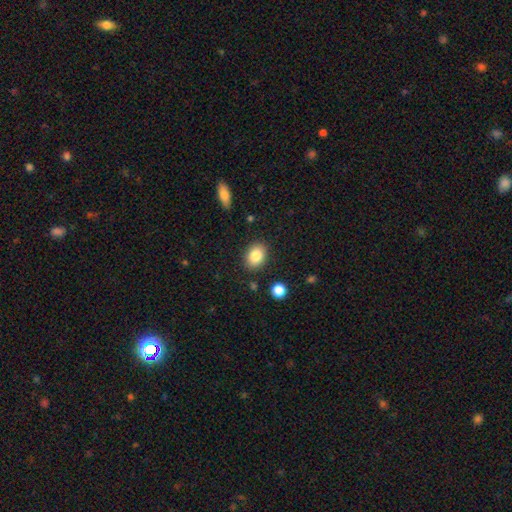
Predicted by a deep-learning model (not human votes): Smooth or featured?
  - smooth: 84% *
  - star or artifact: 9%
  - featured or disk: 7%
How rounded?
  - in between: 67% *
  - round: 32%
  - cigar-shaped: 1%
Merging?
  - none: 87% *
  - minor disturbance: 9%
  - major disturbance: 2%
  - merger: 2%